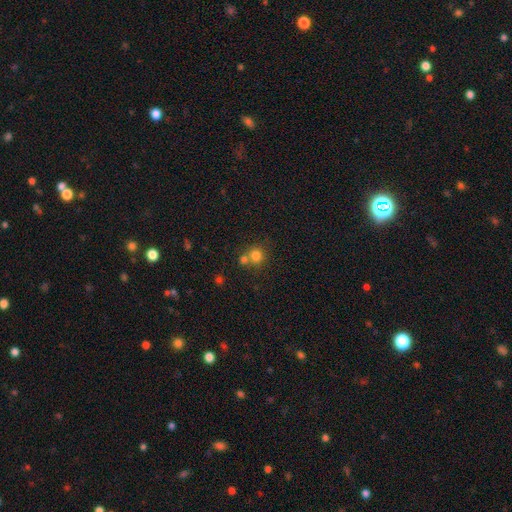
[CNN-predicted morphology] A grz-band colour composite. It shows a smooth galaxy with no disk features (79%) that is round (87%). Merging: none (53%).